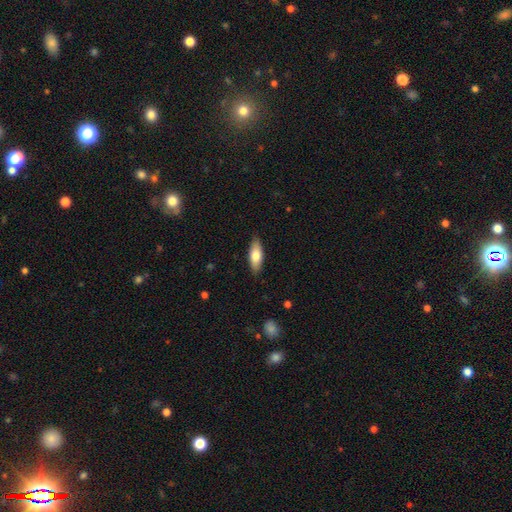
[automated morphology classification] Q: Smooth or featured?
A: smooth (74%); runner-up: featured or disk (21%)
Q: How rounded?
A: in between (70%); runner-up: cigar-shaped (28%)
Q: Merging?
A: none (87%); runner-up: minor disturbance (10%)